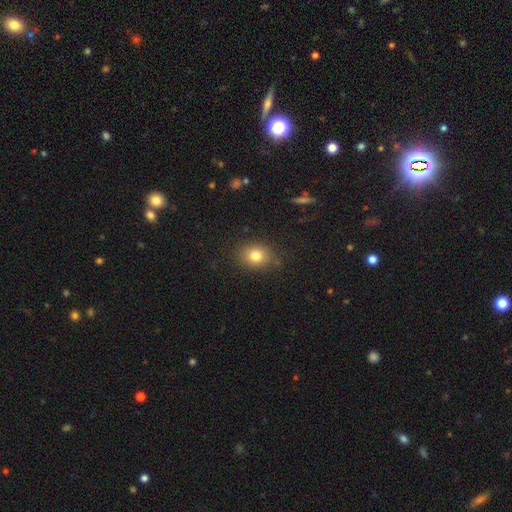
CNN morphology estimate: This is likely a smooth galaxy (79%). How rounded: possibly round (51%). Merging: clearly none (84%).